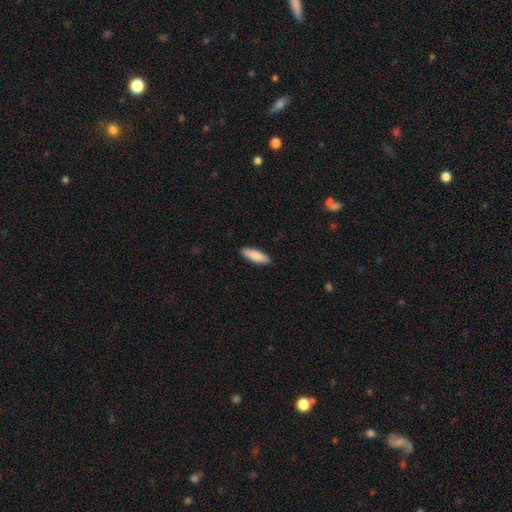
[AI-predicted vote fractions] Morphology: type=smooth (86%); roundness=in between (54%); merging=none (90%).